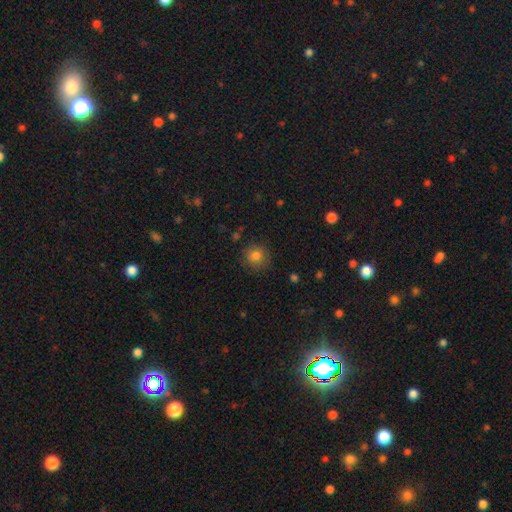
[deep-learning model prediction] Smooth or featured: smooth — 82% (star or artifact — 11%)
How rounded: round — 91% (in between — 8%)
Merging: none — 86% (minor disturbance — 10%)